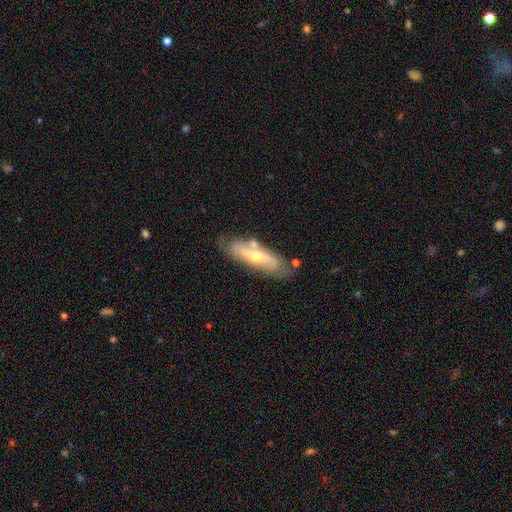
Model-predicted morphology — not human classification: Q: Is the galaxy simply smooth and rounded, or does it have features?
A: featured or disk — 65%.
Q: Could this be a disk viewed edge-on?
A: no — 71%.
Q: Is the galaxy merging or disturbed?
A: none — 69%.